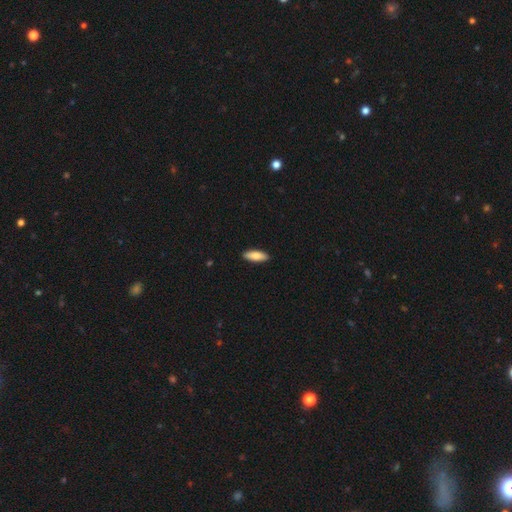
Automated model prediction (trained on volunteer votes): Smooth or featured? Predicted: smooth (p=0.83). How rounded? Predicted: in between (p=0.62). Merging? Predicted: none (p=0.91).